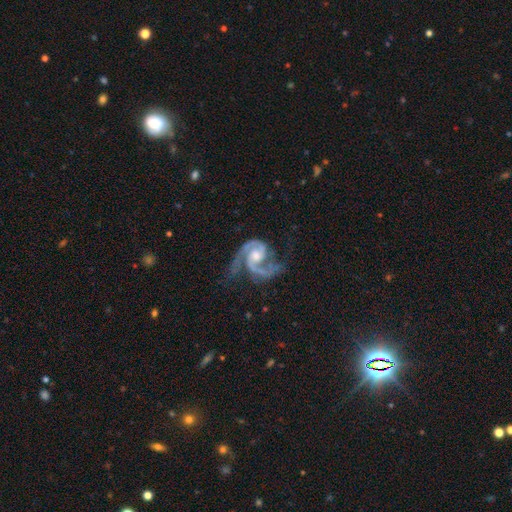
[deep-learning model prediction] featured or disk 93%, star or artifact 4%, smooth 3%. Down the decision tree: edge-on disk — no (98%); bar — no (56%); spiral arms — yes (98%); spiral arm count — 2 (88%); spiral winding — medium (59%); bulge size — moderate (58%); merging — none (58%).